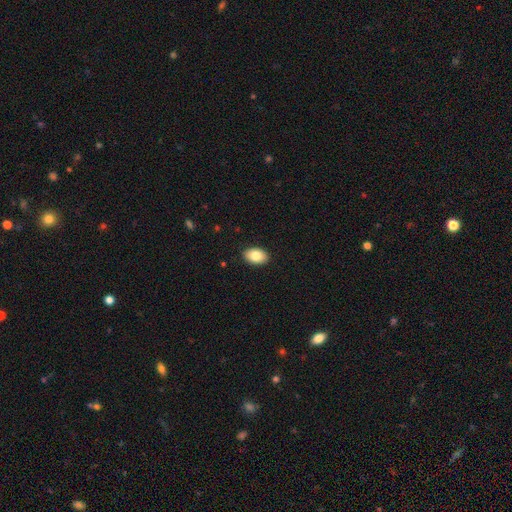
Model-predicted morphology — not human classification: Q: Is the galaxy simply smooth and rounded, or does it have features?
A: smooth — 83%.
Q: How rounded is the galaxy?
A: in between — 89%.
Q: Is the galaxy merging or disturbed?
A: none — 90%.